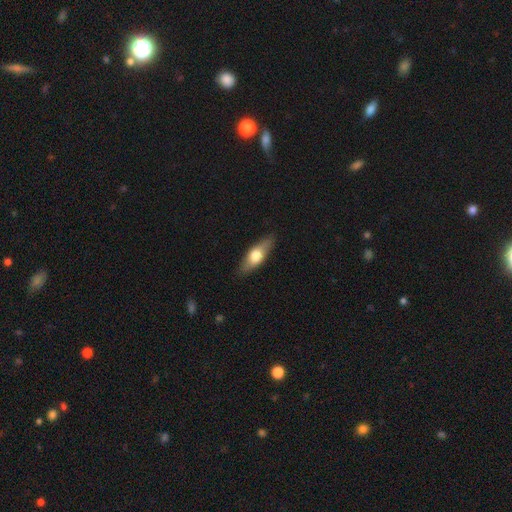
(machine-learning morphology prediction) Q: Smooth or featured?
A: smooth (59%); runner-up: featured or disk (36%)
Q: How rounded?
A: in between (58%); runner-up: cigar-shaped (38%)
Q: Merging?
A: none (86%); runner-up: minor disturbance (10%)